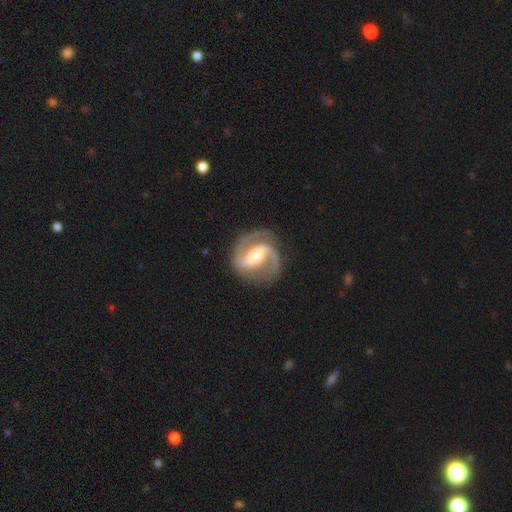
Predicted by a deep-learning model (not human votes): smooth_or_featured: featured or disk (p=0.90) [alt: smooth p=0.06]
disk_edge_on: no (p=0.98) [alt: yes p=0.02]
bar: strong (p=0.48) [alt: weak p=0.34]
has_spiral_arms: yes (p=0.97) [alt: no p=0.03]
spiral_winding: medium (p=0.57) [alt: tight p=0.25]
spiral_arm_count: 2 (p=0.92) [alt: 1 p=0.03]
bulge_size: moderate (p=0.59) [alt: small p=0.33]
merging: none (p=0.83) [alt: minor disturbance p=0.11]